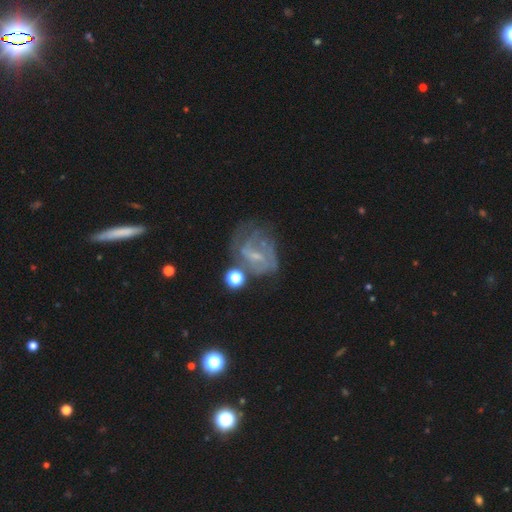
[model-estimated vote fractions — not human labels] Smooth or featured?
  - featured or disk: 68% *
  - smooth: 20%
  - star or artifact: 12%
Edge-on disk?
  - no: 97% *
  - yes: 3%
Bar?
  - weak: 49% *
  - no: 36%
  - strong: 15%
Spiral arms?
  - yes: 69% *
  - no: 31%
Bulge size?
  - small: 61% *
  - none: 20%
  - moderate: 17%
  - large: 1%
  - dominant: 1%
Merging?
  - none: 42% *
  - major disturbance: 26%
  - minor disturbance: 23%
  - merger: 9%